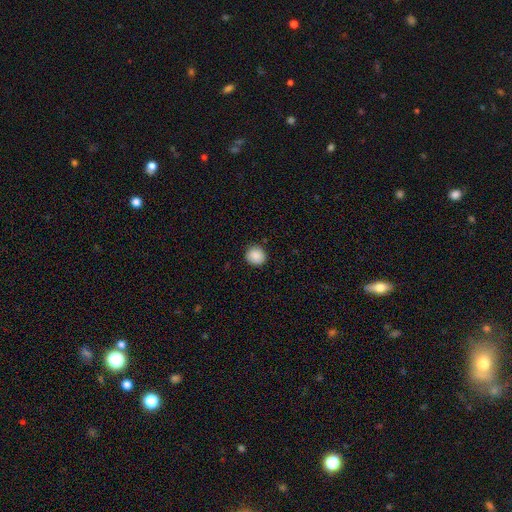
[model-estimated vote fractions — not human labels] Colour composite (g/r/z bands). It shows a smooth galaxy with no disk features (88%) that is round (85%). Merging: none (89%).